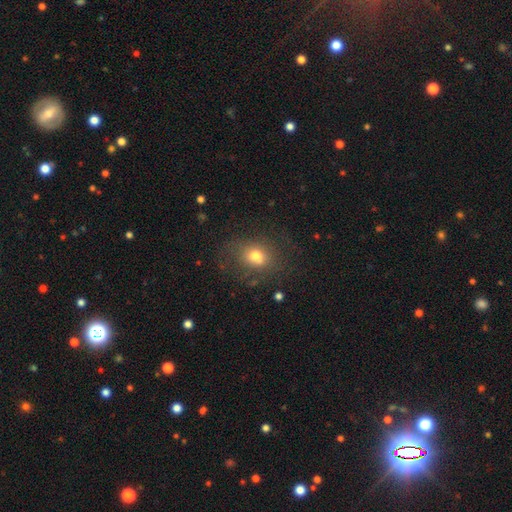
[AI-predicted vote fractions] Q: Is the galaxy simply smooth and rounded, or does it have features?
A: smooth — 69%.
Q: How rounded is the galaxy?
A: round — 58%.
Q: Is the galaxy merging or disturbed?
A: none — 65%.